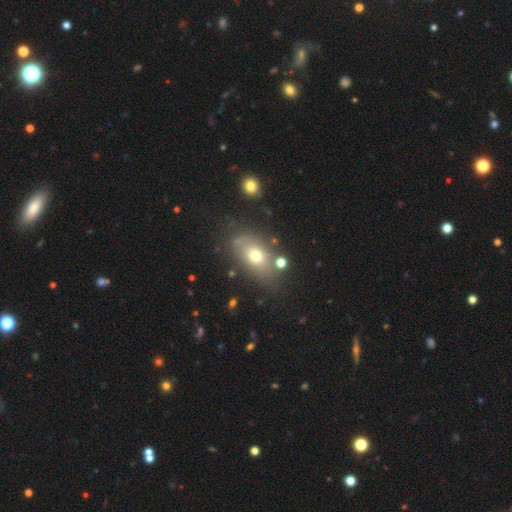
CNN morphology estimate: Q: Smooth or featured?
A: smooth (65%); runner-up: featured or disk (22%)
Q: How rounded?
A: in between (75%); runner-up: round (21%)
Q: Merging?
A: none (69%); runner-up: minor disturbance (16%)